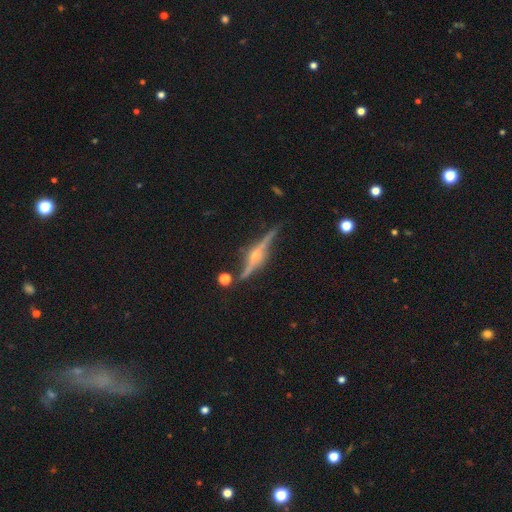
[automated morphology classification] smooth-or-featured: featured or disk: 87% | smooth: 7% | star or artifact: 6%
  disk-edge-on: yes: 95% | no: 5%
    edge-on-bulge: rounded: 91% | boxy: 5% | none: 4%
  merging: none: 77% | minor disturbance: 15% | merger: 4% | major disturbance: 4%